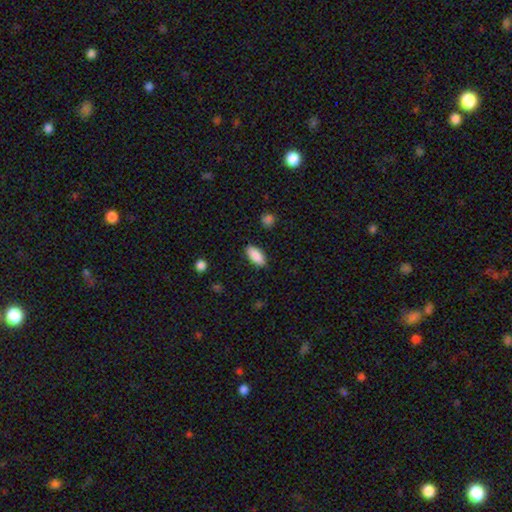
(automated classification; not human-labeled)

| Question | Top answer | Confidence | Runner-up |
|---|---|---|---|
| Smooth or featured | smooth | 88% | star or artifact (6%) |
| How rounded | in between | 86% | cigar-shaped (12%) |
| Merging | none | 87% | minor disturbance (10%) |